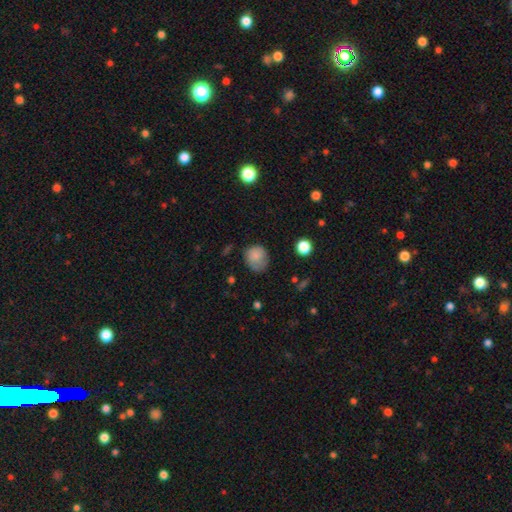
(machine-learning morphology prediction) smooth-or-featured: smooth: 82% | star or artifact: 10% | featured or disk: 8%
  how-rounded: round: 76% | in between: 23% | cigar-shaped: 1%
  merging: none: 57% | minor disturbance: 31% | major disturbance: 10% | merger: 2%